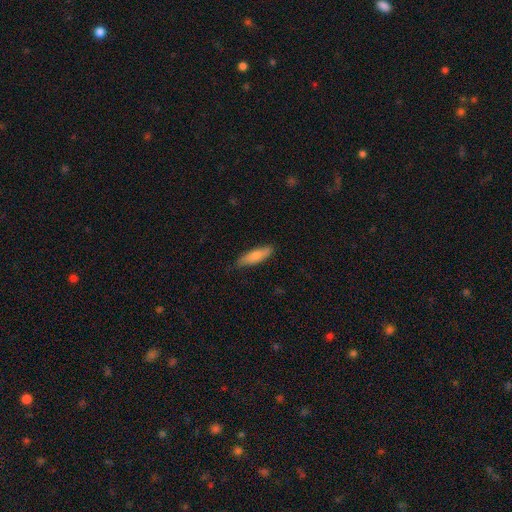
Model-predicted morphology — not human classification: A smooth galaxy with no disk features (81%) that is cigar-shaped (62%).

Vote fractions:
- Smooth or featured? smooth: 81% / featured or disk: 14% / star or artifact: 6%
- How rounded? cigar-shaped: 62% / in between: 36% / round: 2%
- Merging? none: 82% / minor disturbance: 14% / major disturbance: 3% / merger: 1%